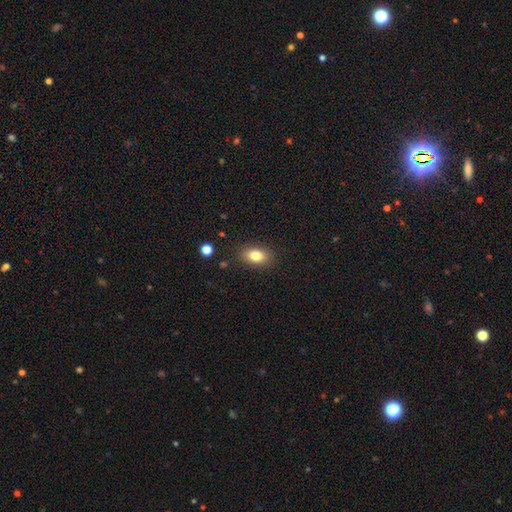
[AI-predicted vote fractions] Smooth or featured? Predicted: smooth (p=0.81). How rounded? Predicted: in between (p=0.83). Merging? Predicted: none (p=0.86).